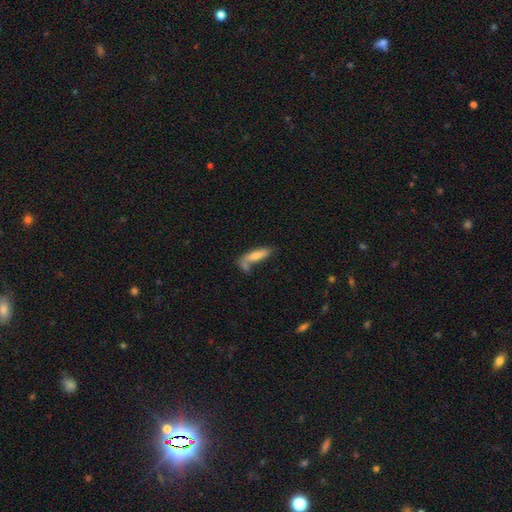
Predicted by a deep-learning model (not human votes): This appears to be a smooth galaxy with no disk features (66%) that is cigar-shaped (69%). Merging: none (48%).